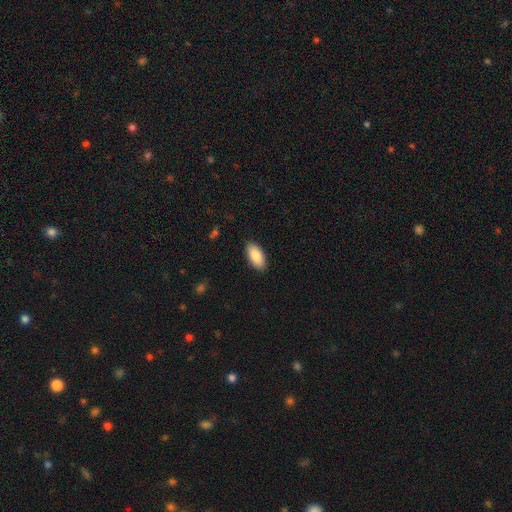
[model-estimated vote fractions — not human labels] Smooth or featured: smooth — 87% (featured or disk — 7%)
How rounded: in between — 93% (cigar-shaped — 5%)
Merging: none — 88% (minor disturbance — 9%)